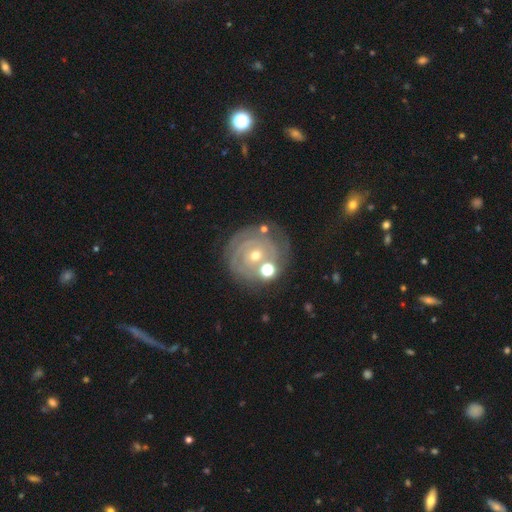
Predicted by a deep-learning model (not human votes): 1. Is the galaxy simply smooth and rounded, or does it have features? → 82% featured or disk, 11% smooth, 7% star or artifact.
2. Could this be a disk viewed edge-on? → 97% no, 3% yes.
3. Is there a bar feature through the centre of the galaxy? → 75% no, 19% weak, 6% strong.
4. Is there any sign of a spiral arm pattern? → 91% yes, 9% no.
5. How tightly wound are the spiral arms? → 83% tight, 13% medium, 4% loose.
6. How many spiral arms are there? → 33% can't tell, 30% 2, 19% 3, 8% 4, 6% 1, 5% more than 4.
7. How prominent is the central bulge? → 52% small, 43% moderate, 2% large, 1% none, 1% dominant.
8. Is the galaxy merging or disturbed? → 70% none, 16% minor disturbance, 7% merger, 7% major disturbance.